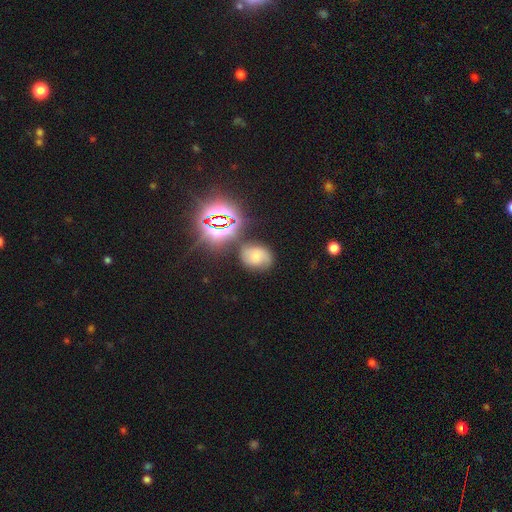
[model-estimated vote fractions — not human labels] Smooth or featured?
  - smooth: 39% *
  - featured or disk: 36%
  - star or artifact: 25%
Merging?
  - none: 64% *
  - minor disturbance: 21%
  - major disturbance: 8%
  - merger: 7%